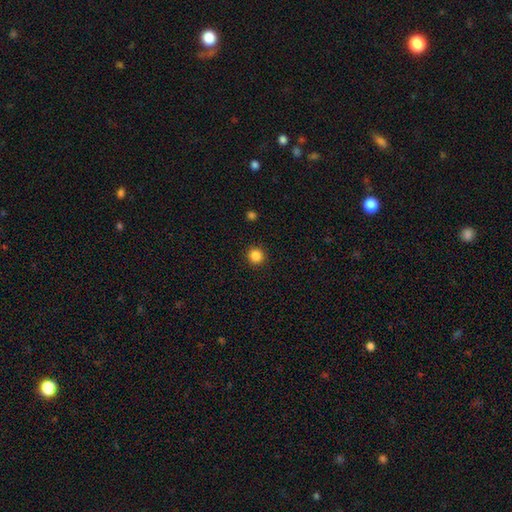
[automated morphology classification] This is clearly a smooth galaxy (85%). How rounded: clearly round (95%). Merging: clearly none (93%).